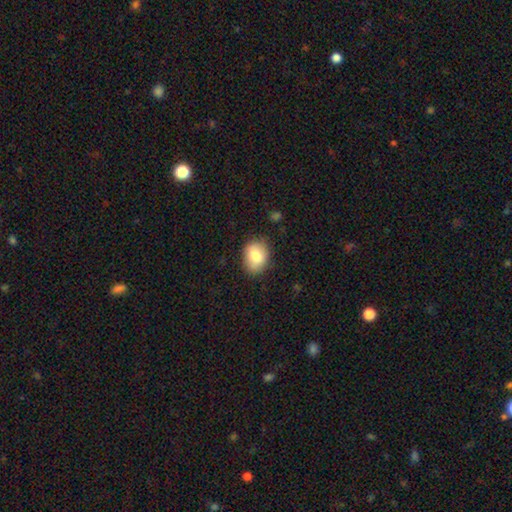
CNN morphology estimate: This is clearly a smooth galaxy (80%). How rounded: possibly in between (58%). Merging: likely none (80%).